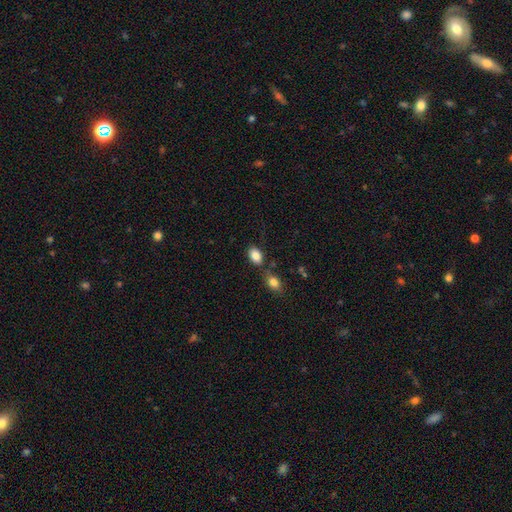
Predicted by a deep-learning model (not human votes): This appears to be a smooth galaxy with no disk features (86%) that is in between round and cigar-shaped (85%). Merging: none (66%).